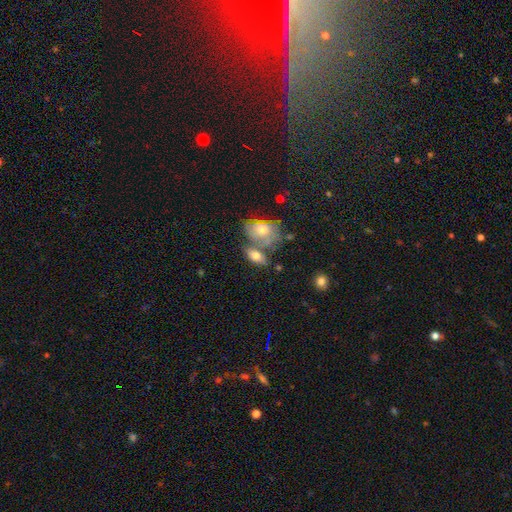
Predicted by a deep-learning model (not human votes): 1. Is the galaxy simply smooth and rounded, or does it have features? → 72% smooth, 20% featured or disk, 8% star or artifact.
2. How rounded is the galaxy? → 86% in between, 8% round, 7% cigar-shaped.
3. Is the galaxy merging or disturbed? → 46% none, 35% merger, 14% minor disturbance, 5% major disturbance.